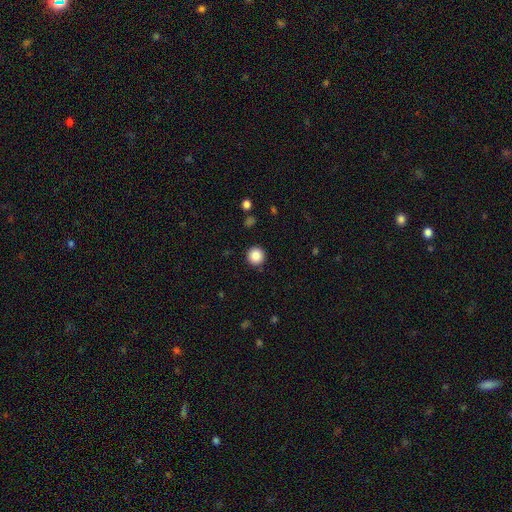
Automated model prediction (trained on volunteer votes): This appears to be a smooth galaxy with no disk features (86%) that is round (96%). Merging: none (92%).